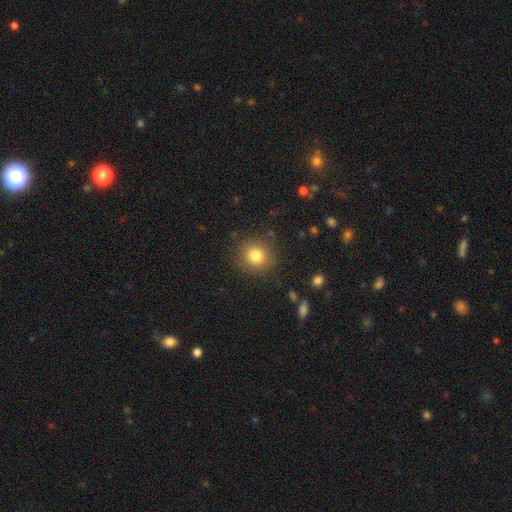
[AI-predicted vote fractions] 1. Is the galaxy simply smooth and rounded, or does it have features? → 82% smooth, 11% star or artifact, 7% featured or disk.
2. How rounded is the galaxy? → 88% round, 11% in between, 1% cigar-shaped.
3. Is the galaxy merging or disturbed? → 85% none, 9% minor disturbance, 4% major disturbance, 2% merger.